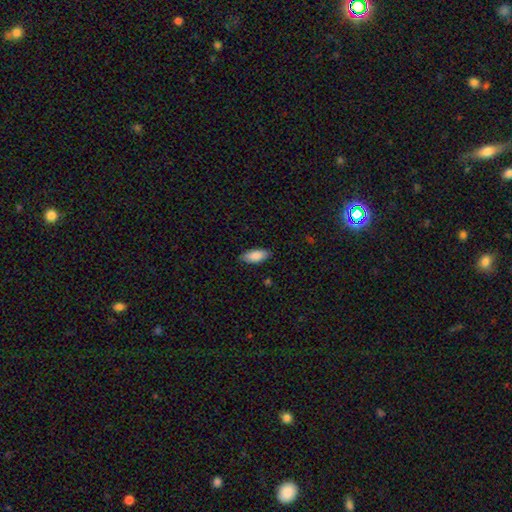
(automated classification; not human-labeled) Overall: smooth (87%). How rounded: in between (86%). Merging: none (85%).